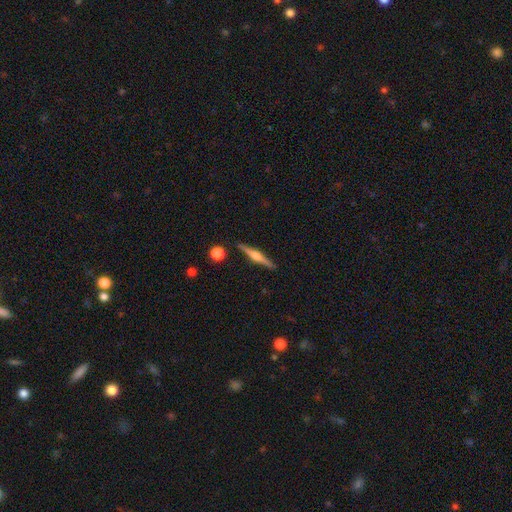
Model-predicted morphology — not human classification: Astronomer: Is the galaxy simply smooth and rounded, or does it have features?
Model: featured or disk — 75%.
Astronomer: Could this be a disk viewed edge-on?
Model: yes — 98%.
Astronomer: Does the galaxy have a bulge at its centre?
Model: rounded — 88%.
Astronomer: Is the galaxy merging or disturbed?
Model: none — 90%.